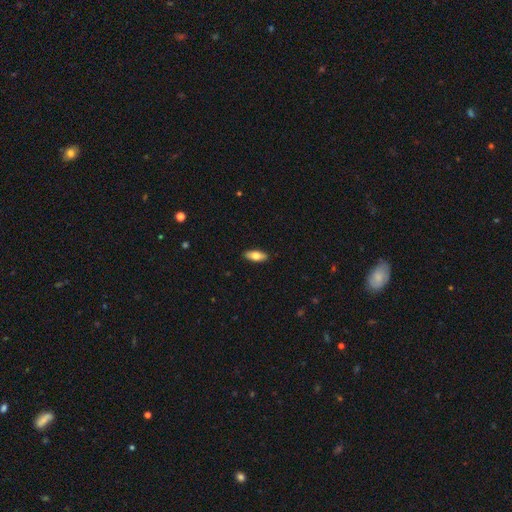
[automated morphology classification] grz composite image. It shows a smooth galaxy with no disk features (72%) that is in between round and cigar-shaped (82%). Merging: none (90%).